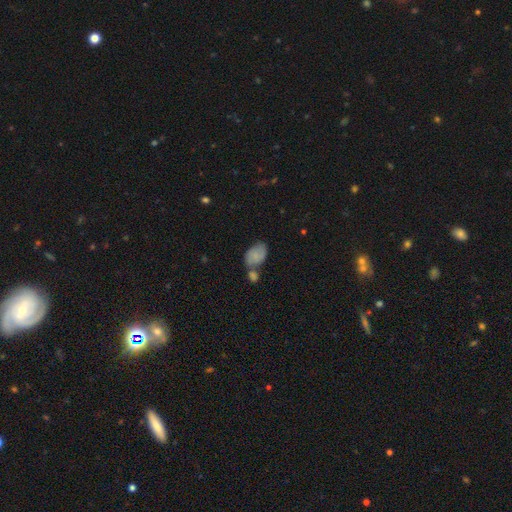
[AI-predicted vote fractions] Smooth or featured? Predicted: smooth (p=0.73). How rounded? Predicted: in between (p=0.88). Merging? Predicted: merger (p=0.39).